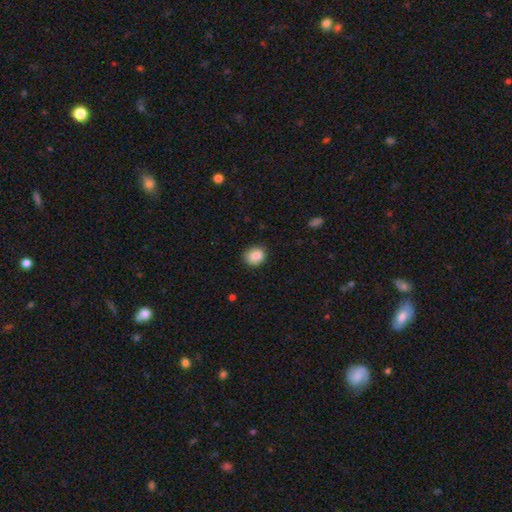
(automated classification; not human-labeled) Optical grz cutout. It shows a smooth galaxy with no disk features (86%) that is round (71%). Merging: none (80%).